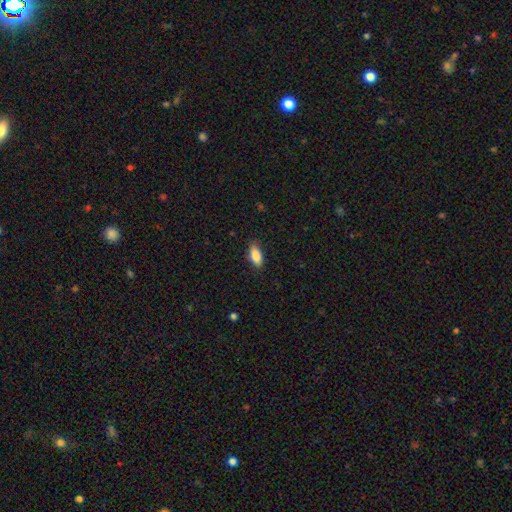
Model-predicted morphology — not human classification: Q: Smooth or featured?
A: smooth (87%); runner-up: star or artifact (7%)
Q: How rounded?
A: in between (85%); runner-up: cigar-shaped (12%)
Q: Merging?
A: none (81%); runner-up: minor disturbance (15%)